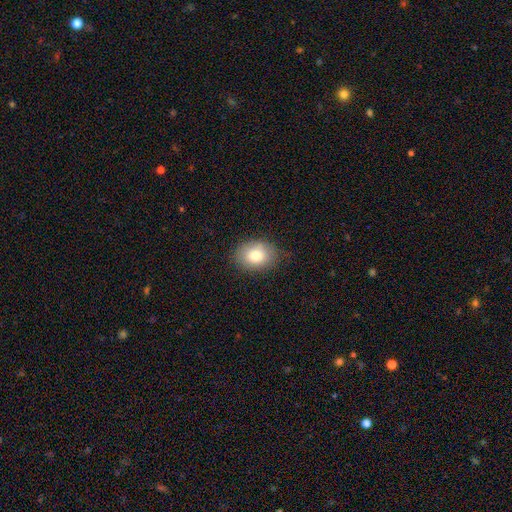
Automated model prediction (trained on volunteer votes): Smooth or featured: smooth — 81% (featured or disk — 11%)
How rounded: in between — 70% (round — 29%)
Merging: none — 80% (minor disturbance — 16%)